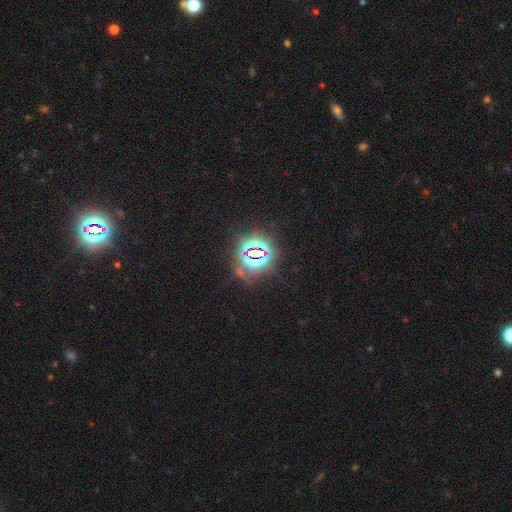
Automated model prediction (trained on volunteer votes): This appears to be a star or artifact, not a galaxy (80%).